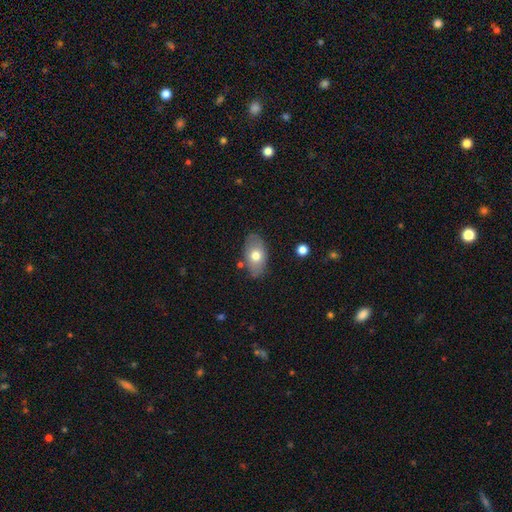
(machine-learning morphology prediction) Smooth or featured: smooth — 69% (featured or disk — 24%)
How rounded: in between — 90% (round — 8%)
Merging: none — 79% (minor disturbance — 15%)